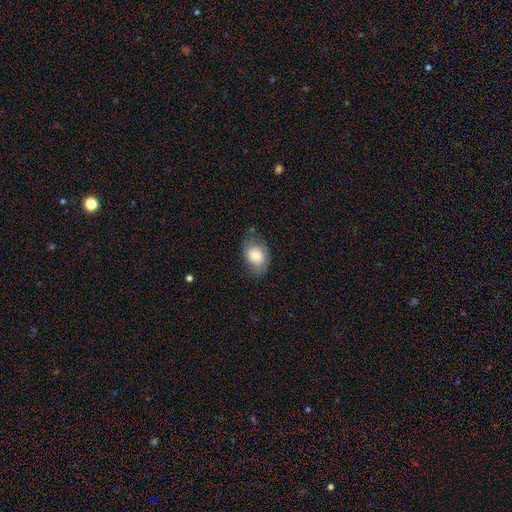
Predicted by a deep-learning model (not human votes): The model was most divided on "merging": none: 63%, minor disturbance: 26%, major disturbance: 9%, merger: 2%. More confident: smooth or featured — smooth (73%); how rounded — in between (73%).